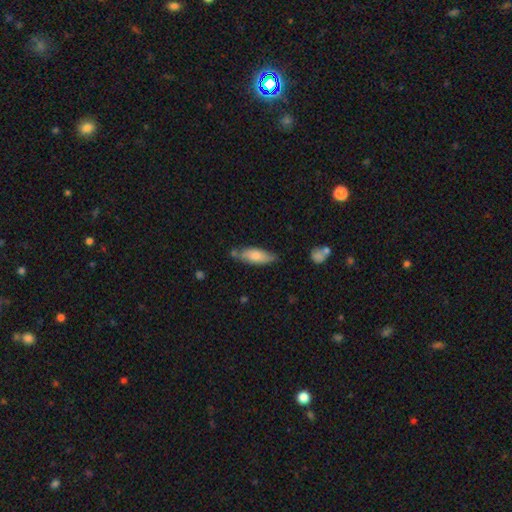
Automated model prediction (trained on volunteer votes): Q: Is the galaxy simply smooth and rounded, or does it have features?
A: smooth — 74%.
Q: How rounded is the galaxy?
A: in between — 63%.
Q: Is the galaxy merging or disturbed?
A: none — 63%.